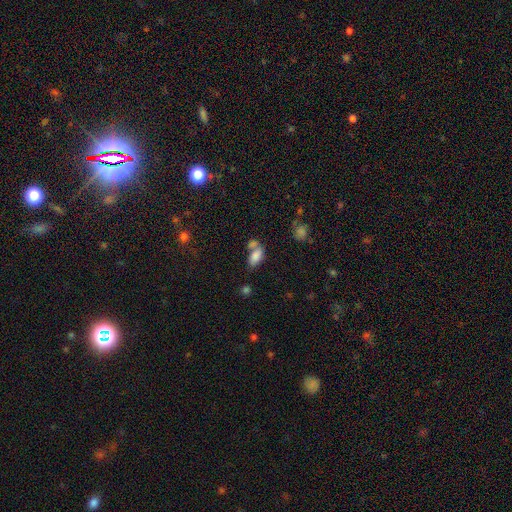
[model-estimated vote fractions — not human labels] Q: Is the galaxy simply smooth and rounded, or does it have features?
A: smooth — 79%.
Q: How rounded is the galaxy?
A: in between — 91%.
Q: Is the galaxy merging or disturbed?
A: merger — 41%.